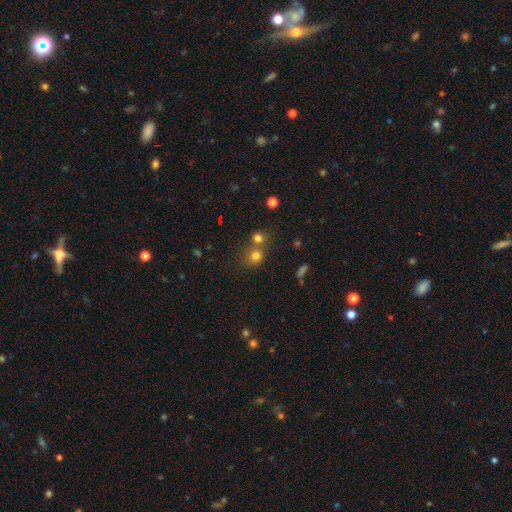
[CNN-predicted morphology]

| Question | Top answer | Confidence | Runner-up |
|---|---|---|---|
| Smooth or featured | smooth | 74% | star or artifact (17%) |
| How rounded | round | 82% | in between (17%) |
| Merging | none | 50% | merger (39%) |